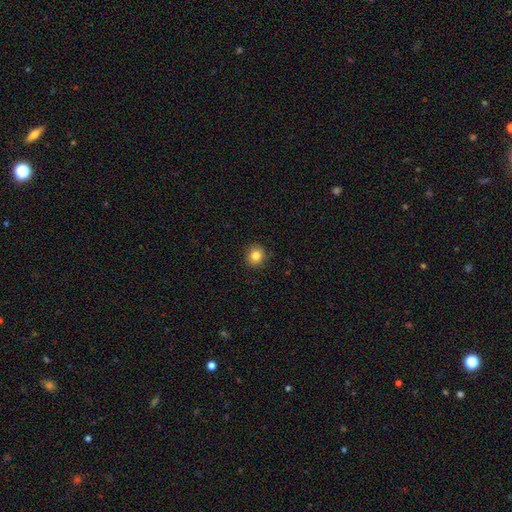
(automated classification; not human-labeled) A smooth galaxy with no disk features (83%) that is round (87%).

Vote fractions:
- Smooth or featured? smooth: 83% / star or artifact: 11% / featured or disk: 6%
- How rounded? round: 87% / in between: 12% / cigar-shaped: 1%
- Merging? none: 91% / minor disturbance: 6% / major disturbance: 2% / merger: 1%